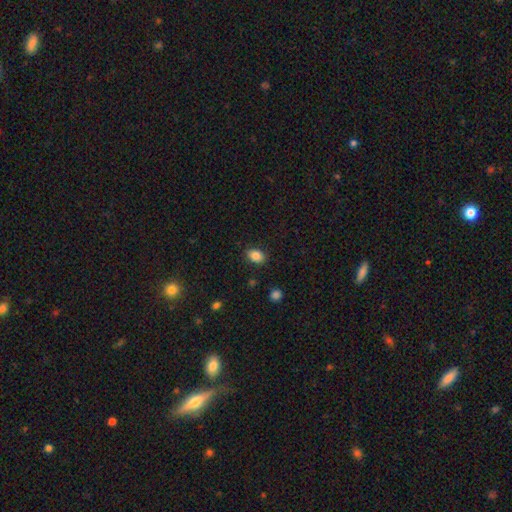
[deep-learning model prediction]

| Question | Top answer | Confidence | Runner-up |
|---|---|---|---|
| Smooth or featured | smooth | 86% | star or artifact (9%) |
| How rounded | in between | 79% | round (20%) |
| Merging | none | 87% | minor disturbance (10%) |